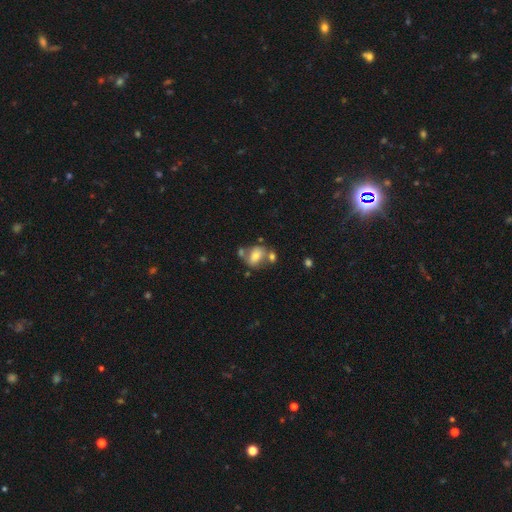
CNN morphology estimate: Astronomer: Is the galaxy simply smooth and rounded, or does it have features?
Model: smooth — 66%.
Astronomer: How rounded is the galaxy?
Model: in between — 72%.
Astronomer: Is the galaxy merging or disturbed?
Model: none — 41% (runner-up: merger, 35%).